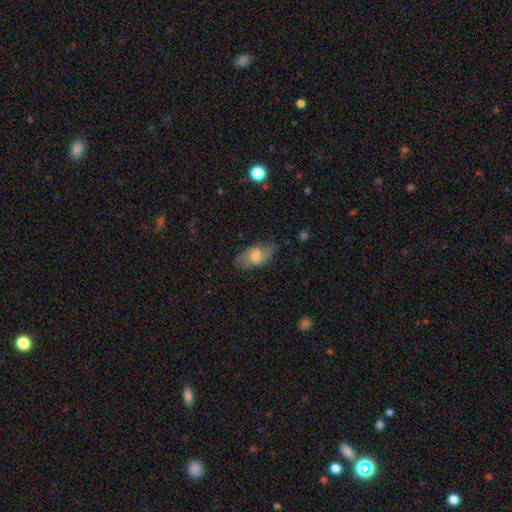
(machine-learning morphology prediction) This appears to be a smooth galaxy with no disk features (52%) that is in between round and cigar-shaped (90%). Merging: none (72%).